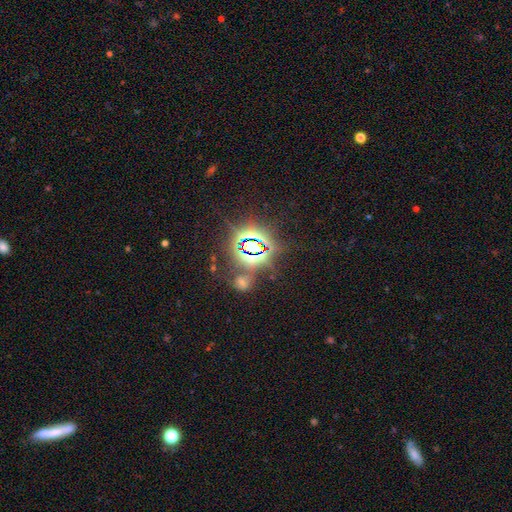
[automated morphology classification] This is likely a star or artifact rather than a galaxy (79%).